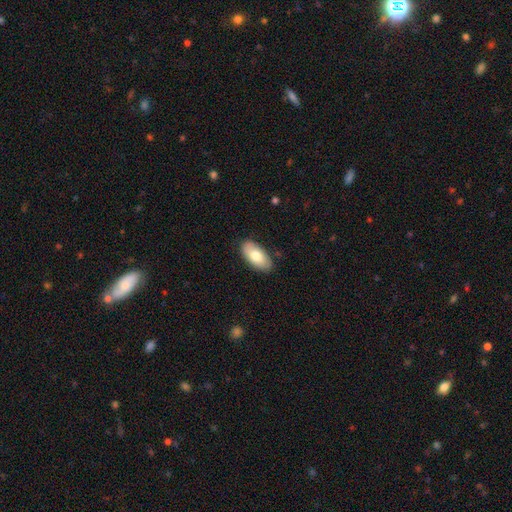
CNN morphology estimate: Smooth or featured? Predicted: smooth (p=0.77). How rounded? Predicted: in between (p=0.93). Merging? Predicted: none (p=0.85).